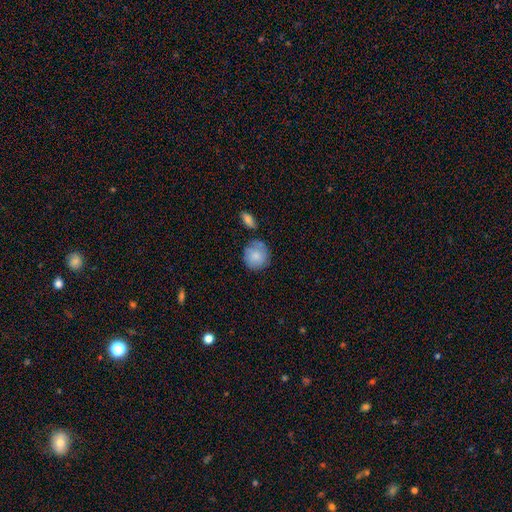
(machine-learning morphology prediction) Smooth or featured? smooth (81%)
How rounded? round (88%)
Merging? none (67%)